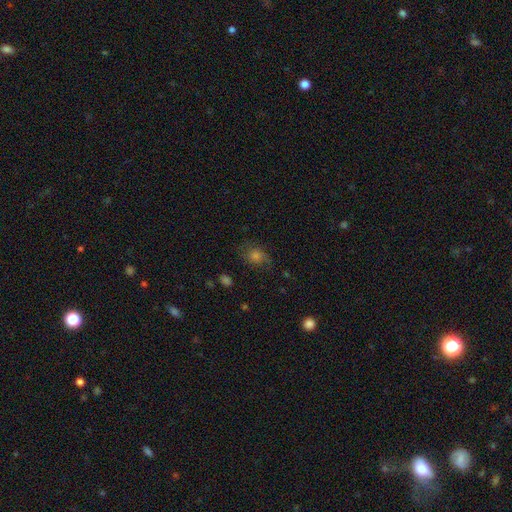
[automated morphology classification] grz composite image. It shows a smooth galaxy with no disk features (58%) that is round (57%). Merging: none (67%).